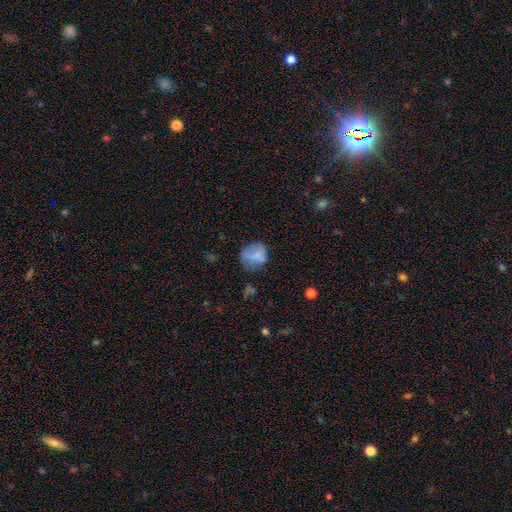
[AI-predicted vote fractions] smooth-or-featured: smooth: 70% | featured or disk: 20% | star or artifact: 10%
  how-rounded: round: 66% | in between: 33% | cigar-shaped: 1%
  merging: none: 47% | minor disturbance: 29% | major disturbance: 20% | merger: 3%